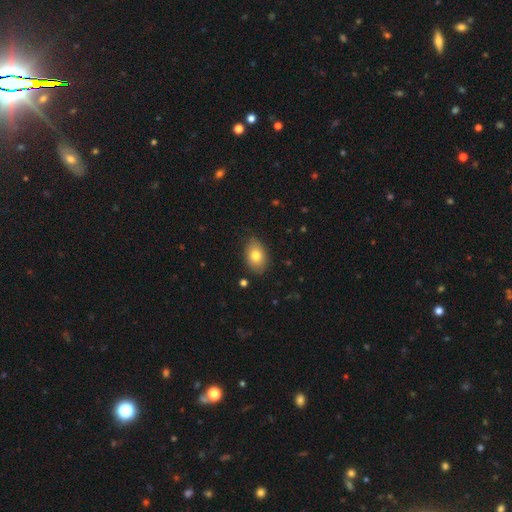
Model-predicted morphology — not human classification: This is likely a smooth galaxy (78%). How rounded: clearly in between (82%). Merging: clearly none (81%).